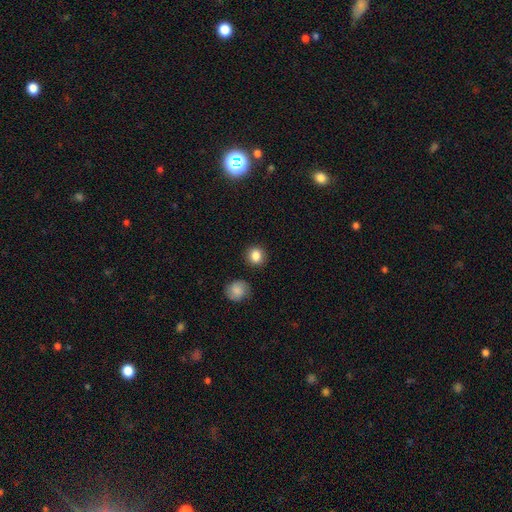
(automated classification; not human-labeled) Morphology: type=smooth (85%); roundness=round (84%); merging=none (87%).